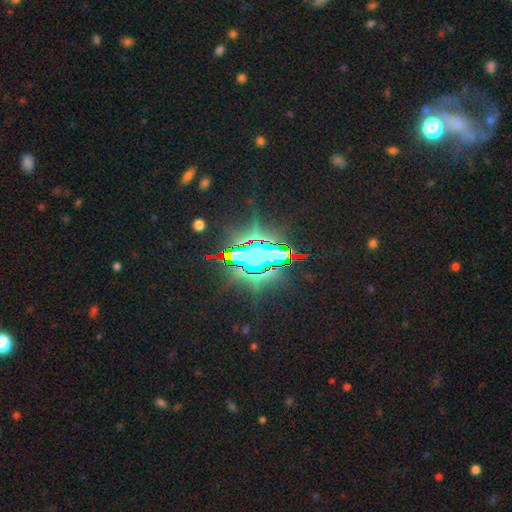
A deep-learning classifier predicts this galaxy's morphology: Overall: star or artifact (79%).